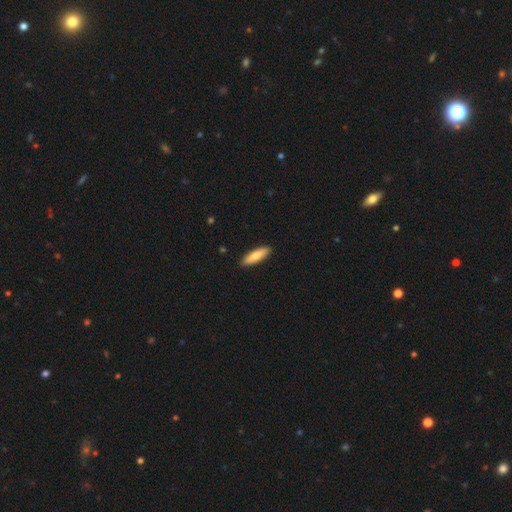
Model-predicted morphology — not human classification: Q: Smooth or featured?
A: smooth (79%); runner-up: featured or disk (16%)
Q: How rounded?
A: cigar-shaped (63%); runner-up: in between (36%)
Q: Merging?
A: none (91%); runner-up: minor disturbance (7%)